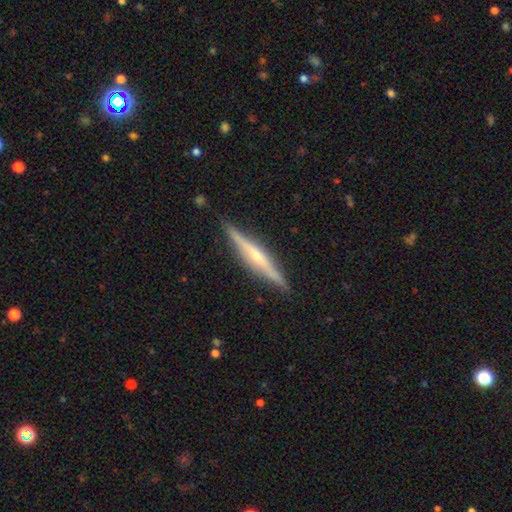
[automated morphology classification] Smooth or featured?
  - featured or disk: 76% *
  - smooth: 19%
  - star or artifact: 6%
Edge-on disk?
  - yes: 97% *
  - no: 3%
Edge-on bulge?
  - rounded: 76% *
  - none: 17%
  - boxy: 7%
Merging?
  - none: 89% *
  - minor disturbance: 8%
  - major disturbance: 2%
  - merger: 1%